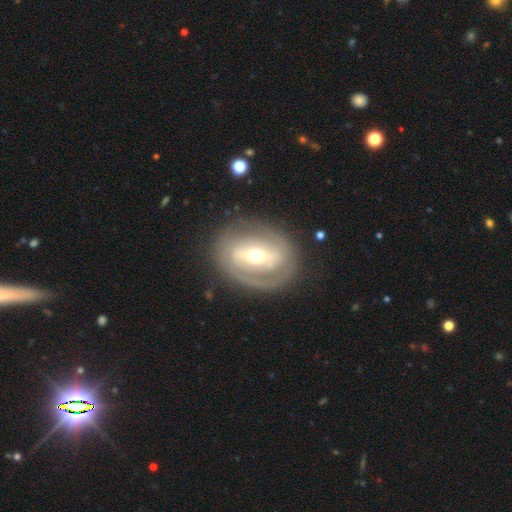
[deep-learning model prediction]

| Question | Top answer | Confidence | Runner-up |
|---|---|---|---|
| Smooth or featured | featured or disk | 75% | smooth (20%) |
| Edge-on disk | no | 94% | yes (6%) |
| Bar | strong | 49% | weak (30%) |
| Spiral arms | yes | 65% | no (35%) |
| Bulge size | moderate | 53% | small (40%) |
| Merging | none | 75% | minor disturbance (15%) |